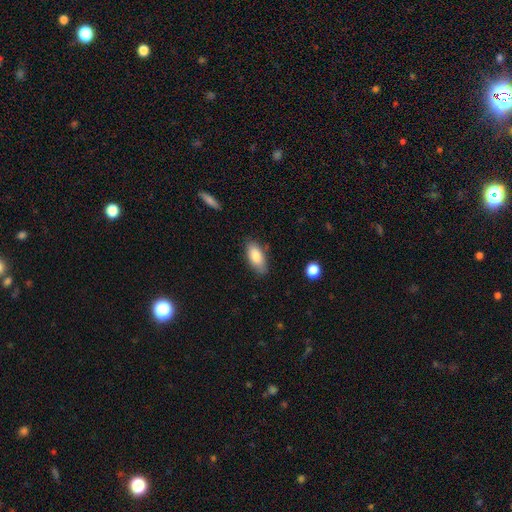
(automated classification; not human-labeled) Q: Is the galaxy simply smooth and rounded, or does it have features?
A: smooth — 84%.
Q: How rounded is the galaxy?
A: in between — 87%.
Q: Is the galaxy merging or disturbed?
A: none — 81%.